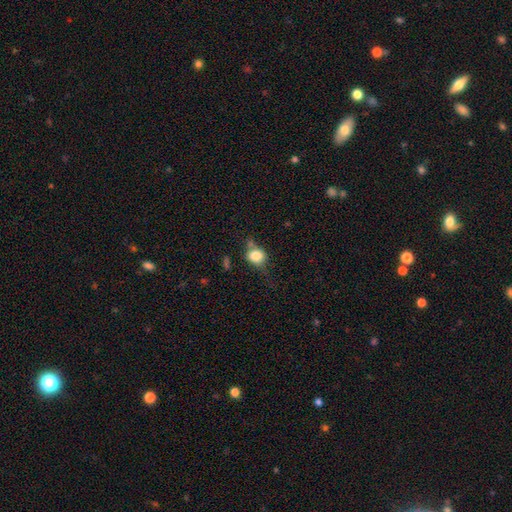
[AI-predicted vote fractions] Smooth or featured? Predicted: smooth (p=0.76). How rounded? Predicted: round (p=0.61). Merging? Predicted: none (p=0.48).